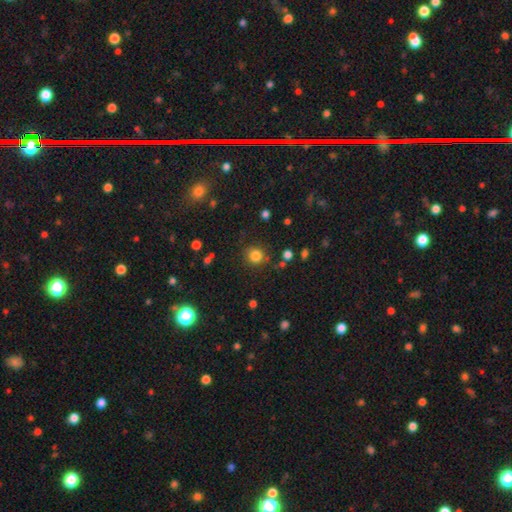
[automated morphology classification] type=smooth (81%); roundness=round (88%); merging=none (84%).